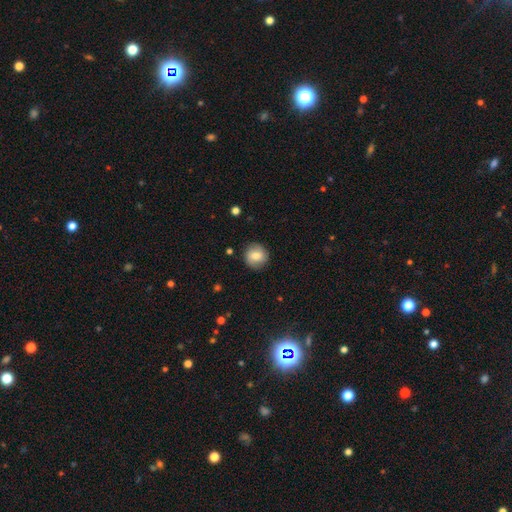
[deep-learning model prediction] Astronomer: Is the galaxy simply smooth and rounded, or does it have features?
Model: smooth — 75%.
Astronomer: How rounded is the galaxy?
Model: round — 91%.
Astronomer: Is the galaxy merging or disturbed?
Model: none — 87%.